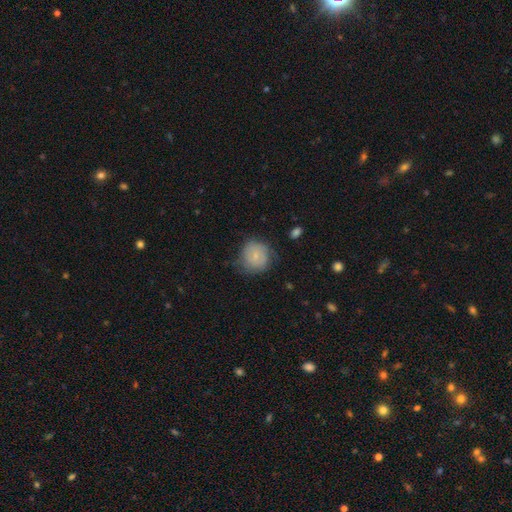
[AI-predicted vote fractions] This appears to be a smooth galaxy with no disk features (71%) that is round (87%). Merging: none (63%).